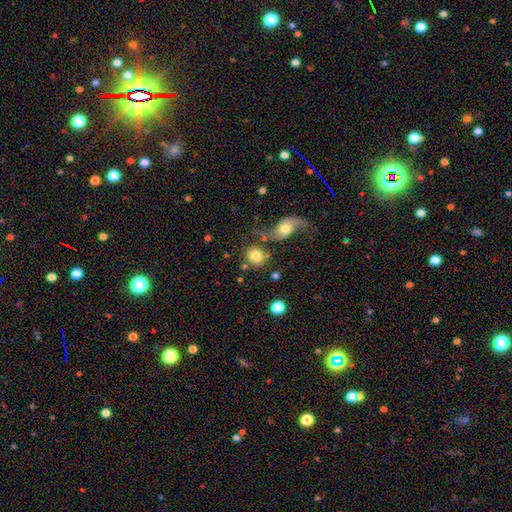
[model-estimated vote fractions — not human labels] Morphology: type=smooth (79%); roundness=round (81%); merging=none (67%).